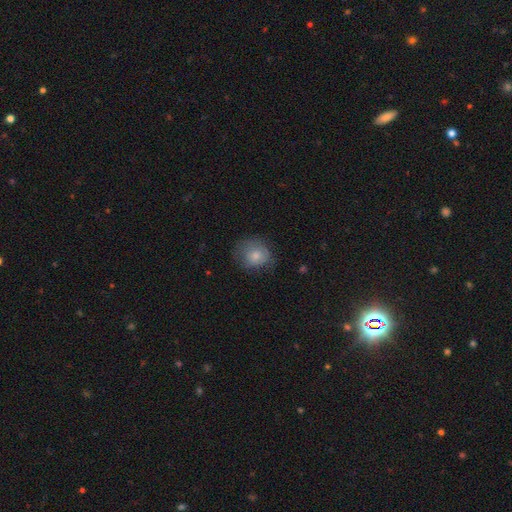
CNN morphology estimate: smooth_or_featured: smooth (p=0.77) [alt: featured or disk p=0.15]
how_rounded: round (p=0.71) [alt: in between p=0.28]
merging: none (p=0.58) [alt: minor disturbance p=0.28]